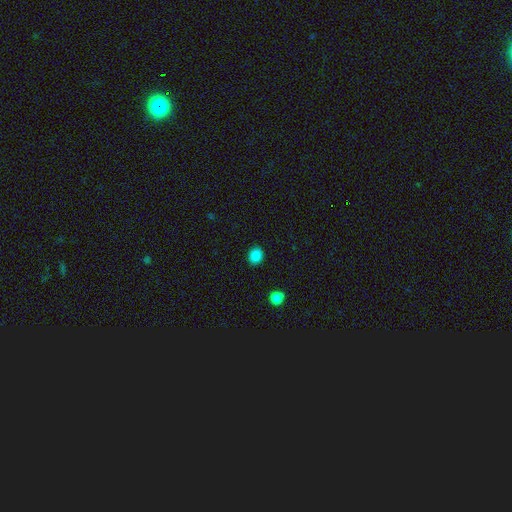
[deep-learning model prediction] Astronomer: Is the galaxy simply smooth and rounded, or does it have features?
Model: smooth — 86%.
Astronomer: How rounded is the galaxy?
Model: round — 69%.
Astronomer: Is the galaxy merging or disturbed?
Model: none — 89%.